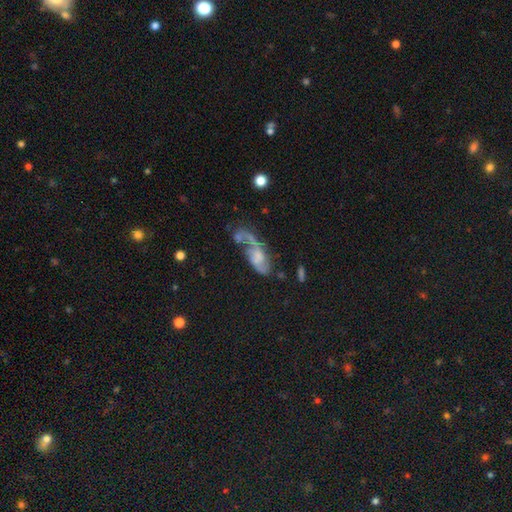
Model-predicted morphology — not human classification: This appears to be a featured or disk galaxy (66%) with no bar (65%), spiral arms (83%) and a small central bulge (34%). Merging: none (40%).